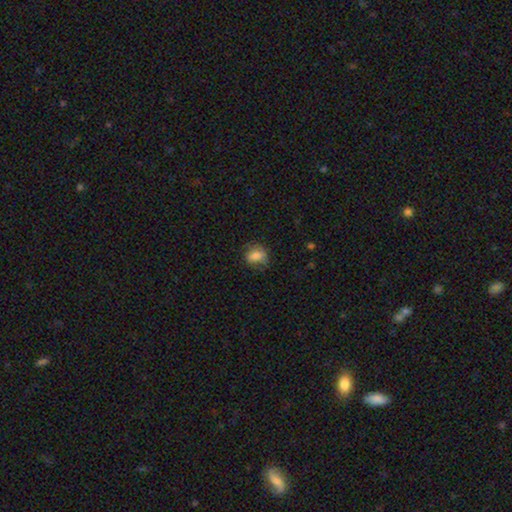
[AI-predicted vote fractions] Smooth or featured? Predicted: smooth (p=0.76). How rounded? Predicted: in between (p=0.52). Merging? Predicted: none (p=0.67).